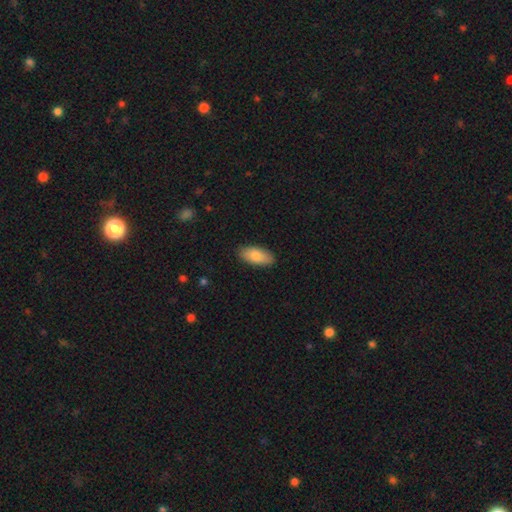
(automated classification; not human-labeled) Smooth or featured: smooth — 84% (featured or disk — 10%)
How rounded: in between — 89% (cigar-shaped — 8%)
Merging: none — 87% (minor disturbance — 10%)